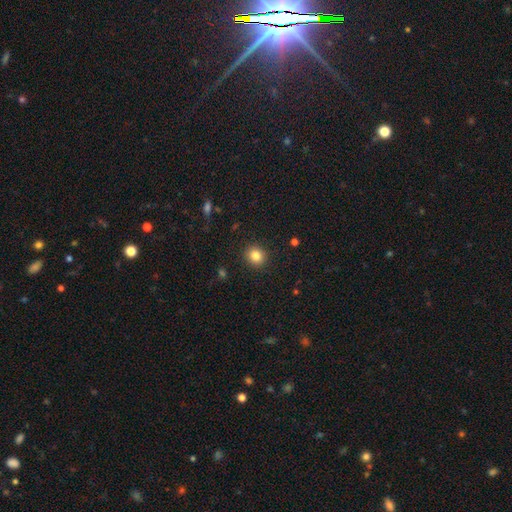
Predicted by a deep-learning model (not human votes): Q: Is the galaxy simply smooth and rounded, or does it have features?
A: smooth — 84%.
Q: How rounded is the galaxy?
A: round — 84%.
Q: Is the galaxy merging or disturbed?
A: none — 91%.